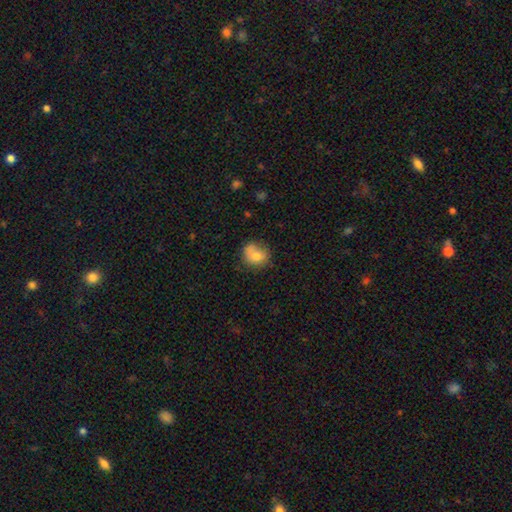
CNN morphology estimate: smooth-or-featured: smooth: 75% | featured or disk: 16% | star or artifact: 9%
  how-rounded: round: 70% | in between: 29% | cigar-shaped: 1%
  merging: none: 50% | minor disturbance: 26% | merger: 14% | major disturbance: 11%